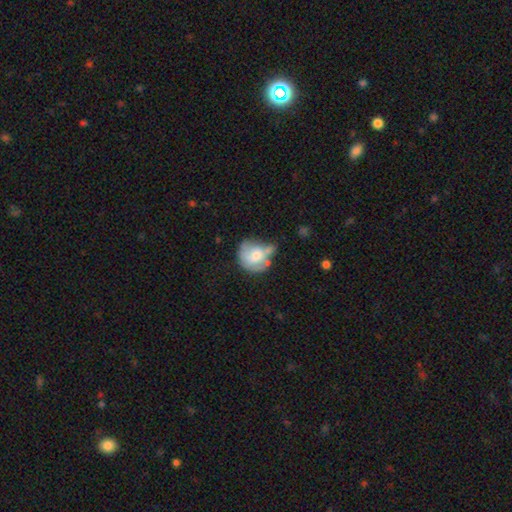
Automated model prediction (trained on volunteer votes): Q: Smooth or featured?
A: smooth (56%); runner-up: featured or disk (36%)
Q: How rounded?
A: round (75%); runner-up: in between (24%)
Q: Merging?
A: none (36%); runner-up: minor disturbance (29%)